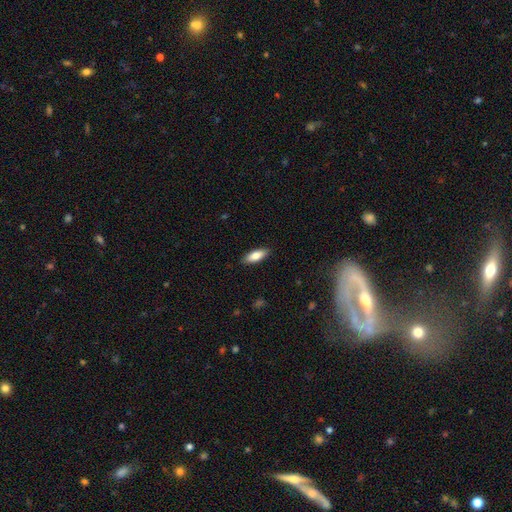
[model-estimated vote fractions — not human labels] Smooth or featured? smooth (81%)
How rounded? in between (71%)
Merging? none (89%)